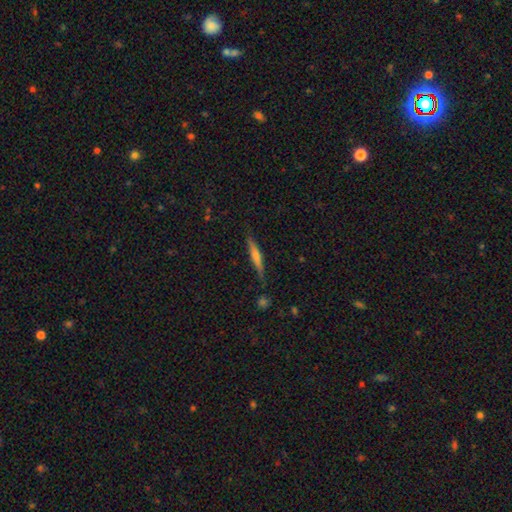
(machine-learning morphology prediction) smooth-or-featured: featured or disk: 64% | smooth: 28% | star or artifact: 8%
  disk-edge-on: yes: 97% | no: 3%
    edge-on-bulge: rounded: 70% | none: 20% | boxy: 10%
  merging: none: 87% | minor disturbance: 9% | major disturbance: 2% | merger: 2%